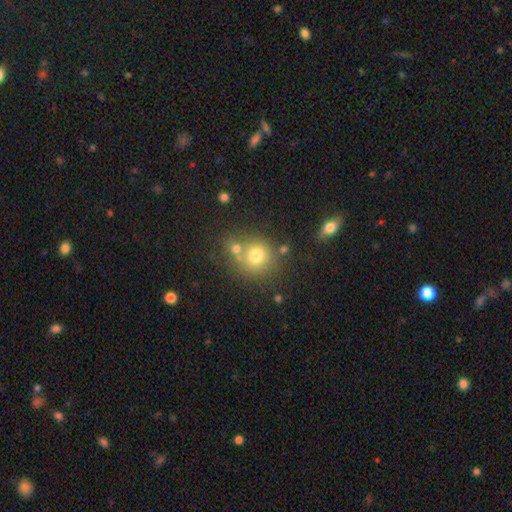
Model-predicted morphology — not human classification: The model was most divided on "merging": none: 62%, merger: 24%, minor disturbance: 10%, major disturbance: 4%. More confident: how rounded — round (87%); smooth or featured — smooth (73%).